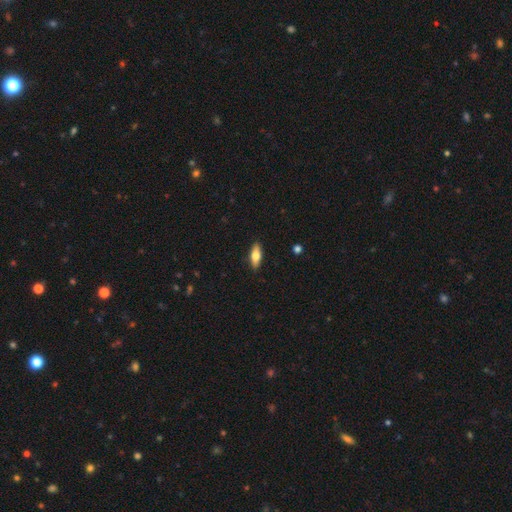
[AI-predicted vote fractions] The model was most divided on "how rounded": in between: 68%, cigar-shaped: 30%, round: 3%. More confident: merging — none (89%); smooth or featured — smooth (66%).